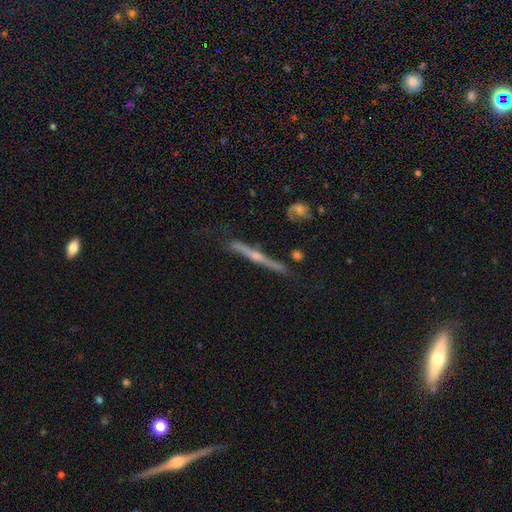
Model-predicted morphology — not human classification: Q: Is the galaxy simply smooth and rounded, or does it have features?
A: featured or disk — 78%.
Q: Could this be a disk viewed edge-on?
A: yes — 97%.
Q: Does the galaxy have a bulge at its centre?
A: rounded — 80%.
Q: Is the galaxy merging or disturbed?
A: none — 80%.